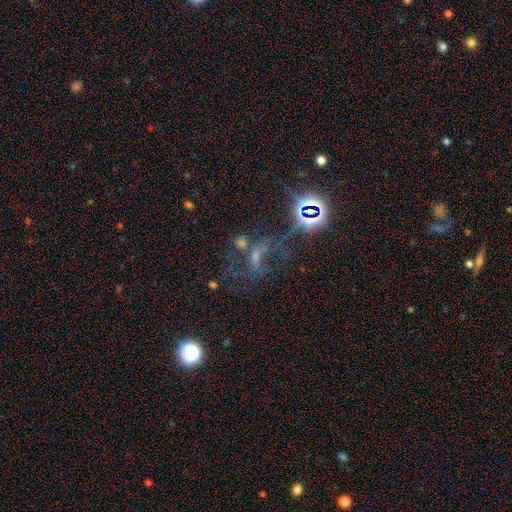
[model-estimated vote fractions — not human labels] Smooth or featured? star or artifact (46%)